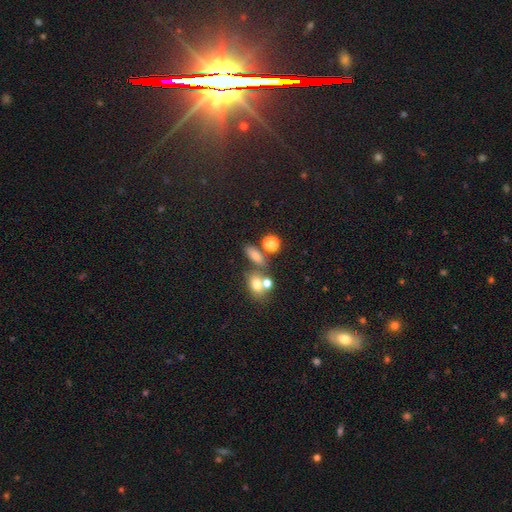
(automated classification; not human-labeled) Smooth or featured?
  - smooth: 70% *
  - star or artifact: 17%
  - featured or disk: 13%
How rounded?
  - in between: 69% *
  - round: 19%
  - cigar-shaped: 12%
Merging?
  - none: 62% *
  - merger: 21%
  - minor disturbance: 12%
  - major disturbance: 6%